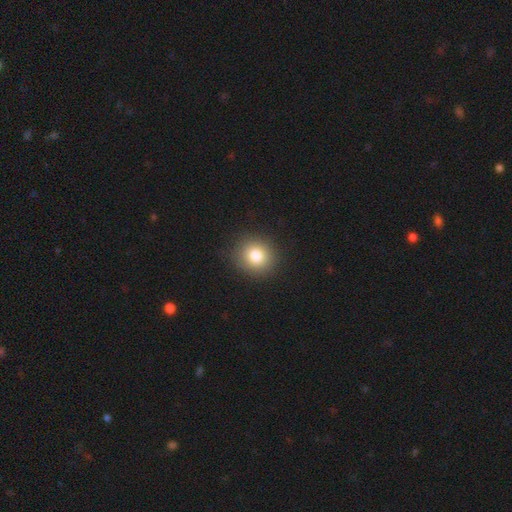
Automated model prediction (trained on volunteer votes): Q: Smooth or featured?
A: smooth (82%); runner-up: star or artifact (10%)
Q: How rounded?
A: round (86%); runner-up: in between (13%)
Q: Merging?
A: none (89%); runner-up: minor disturbance (7%)